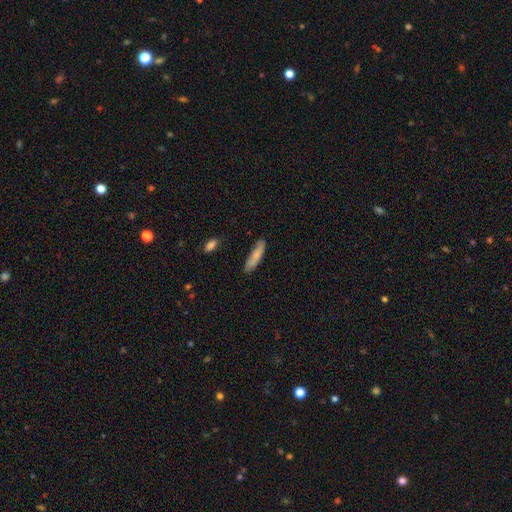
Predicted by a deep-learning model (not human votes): Smooth or featured?
  - smooth: 77% *
  - featured or disk: 17%
  - star or artifact: 6%
How rounded?
  - cigar-shaped: 77% *
  - in between: 21%
  - round: 2%
Merging?
  - none: 80% *
  - minor disturbance: 16%
  - major disturbance: 2%
  - merger: 2%